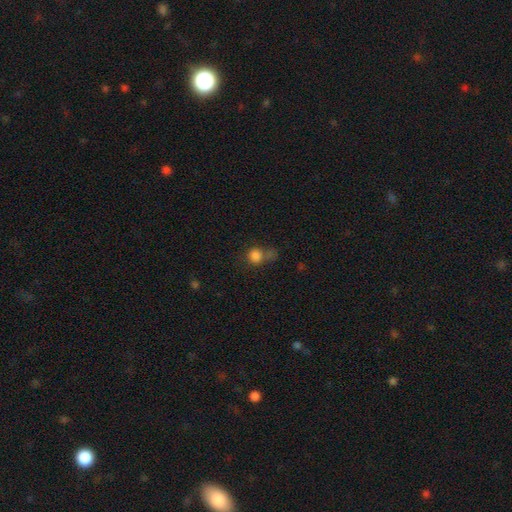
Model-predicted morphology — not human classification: Smooth or featured: smooth — 81% (star or artifact — 13%)
How rounded: round — 85% (in between — 14%)
Merging: none — 48% (merger — 25%)